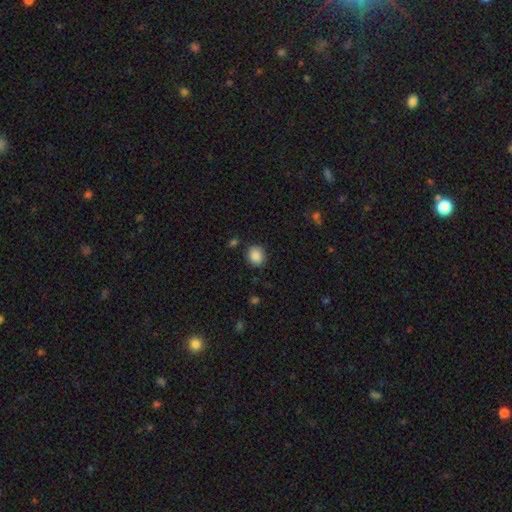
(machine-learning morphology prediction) Smooth or featured? Predicted: smooth (p=0.87). How rounded? Predicted: round (p=0.67). Merging? Predicted: none (p=0.85).